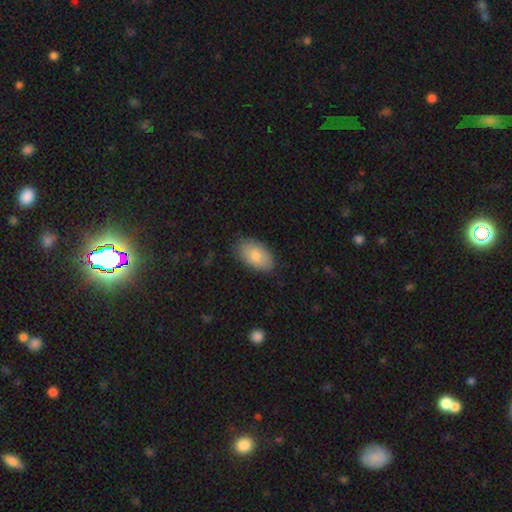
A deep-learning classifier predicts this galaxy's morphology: A smooth galaxy with no disk features (79%) that is in between round and cigar-shaped (93%).

Vote fractions:
- Smooth or featured? smooth: 79% / featured or disk: 15% / star or artifact: 7%
- How rounded? in between: 93% / round: 5% / cigar-shaped: 2%
- Merging? none: 83% / minor disturbance: 13% / major disturbance: 3% / merger: 1%